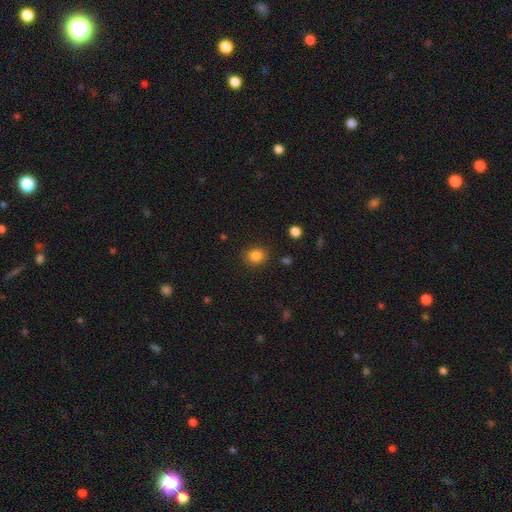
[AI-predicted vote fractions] The model was most divided on "how rounded": round: 75%, in between: 25%, cigar-shaped: 1%. More confident: merging — none (87%); smooth or featured — smooth (84%).